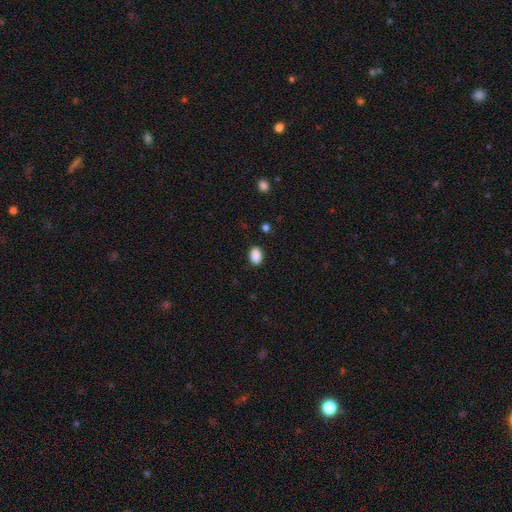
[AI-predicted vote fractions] Q: Smooth or featured?
A: smooth (89%); runner-up: star or artifact (8%)
Q: How rounded?
A: in between (84%); runner-up: round (15%)
Q: Merging?
A: none (87%); runner-up: minor disturbance (10%)